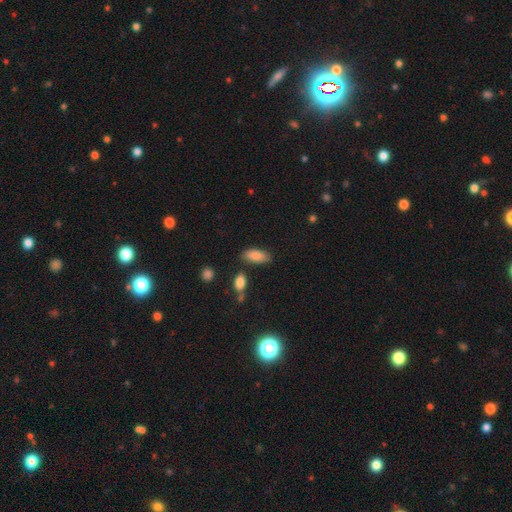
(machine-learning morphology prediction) A smooth galaxy with no disk features (86%) that is in between round and cigar-shaped (86%).

Vote fractions:
- Smooth or featured? smooth: 86% / featured or disk: 8% / star or artifact: 7%
- How rounded? in between: 86% / cigar-shaped: 11% / round: 2%
- Merging? none: 78% / minor disturbance: 14% / merger: 5% / major disturbance: 3%